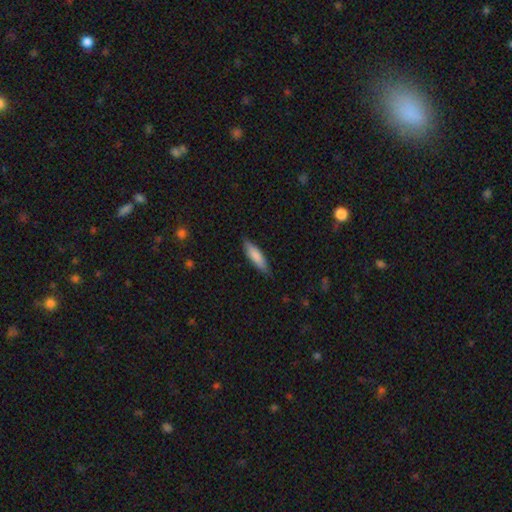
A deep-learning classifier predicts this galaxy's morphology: This appears to be a smooth galaxy with no disk features (80%) that is cigar-shaped (69%). Merging: none (84%).